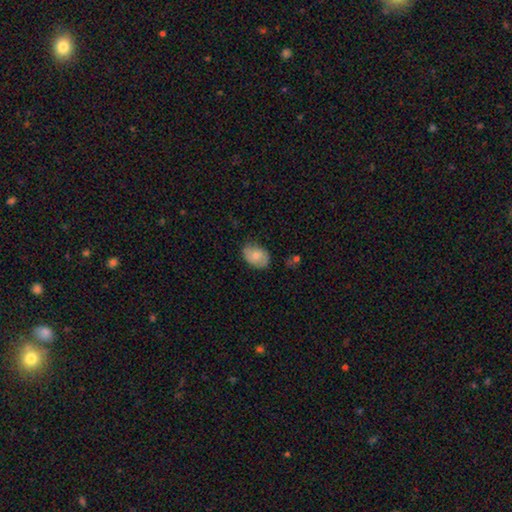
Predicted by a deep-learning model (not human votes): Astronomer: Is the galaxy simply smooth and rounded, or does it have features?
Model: smooth — 72%.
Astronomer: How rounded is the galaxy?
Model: in between — 81%.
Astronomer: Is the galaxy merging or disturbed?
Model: none — 71%.